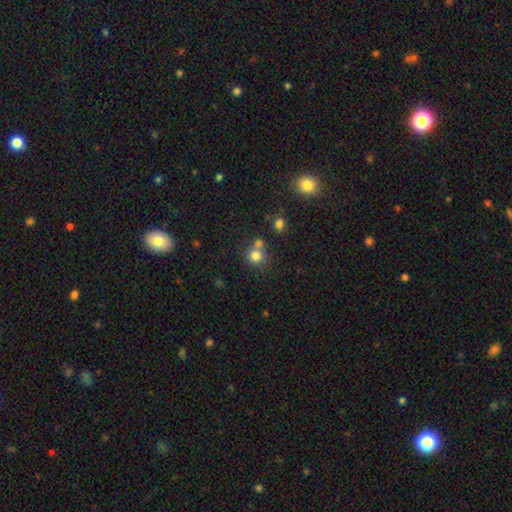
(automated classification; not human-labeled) Q: Smooth or featured?
A: smooth (79%); runner-up: star or artifact (13%)
Q: How rounded?
A: round (87%); runner-up: in between (12%)
Q: Merging?
A: none (55%); runner-up: merger (32%)